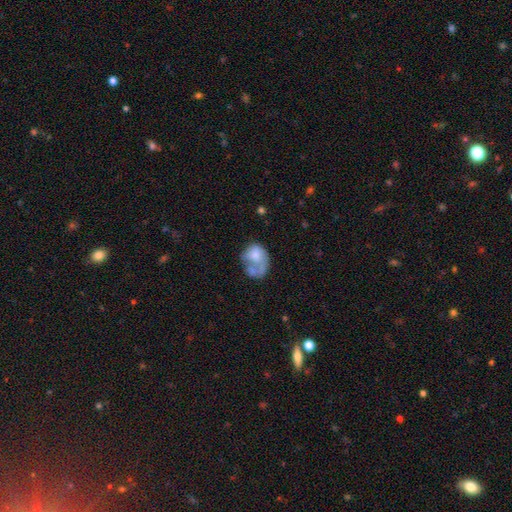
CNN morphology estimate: smooth 56%, featured or disk 36%, star or artifact 8%. Down the decision tree: how rounded — in between (61%); merging — major disturbance (30%).